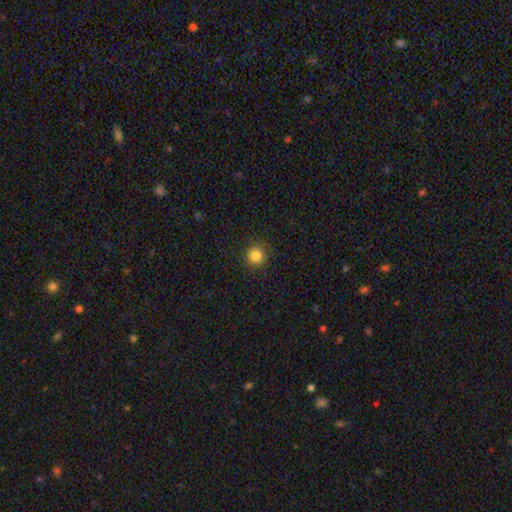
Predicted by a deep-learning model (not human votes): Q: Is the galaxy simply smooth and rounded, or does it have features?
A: smooth — 84%.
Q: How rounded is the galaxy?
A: round — 94%.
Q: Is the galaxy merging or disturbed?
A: none — 88%.